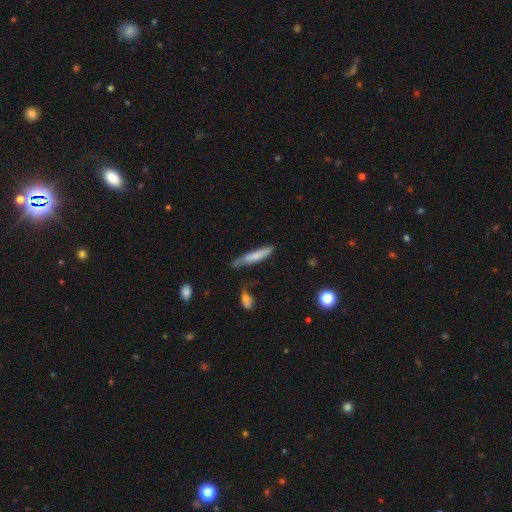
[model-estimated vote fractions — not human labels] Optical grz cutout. It shows a smooth galaxy with no disk features (69%) that is cigar-shaped (87%). Merging: none (51%).